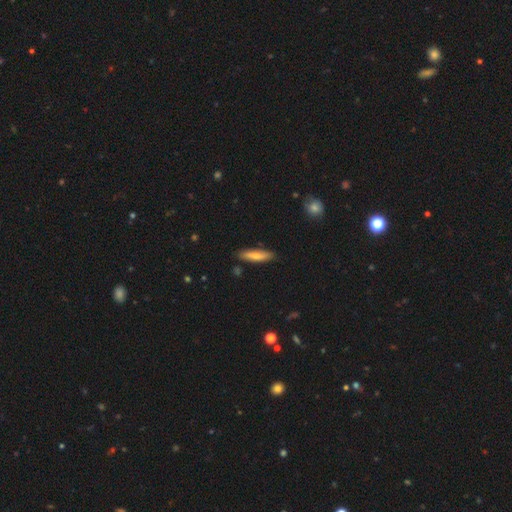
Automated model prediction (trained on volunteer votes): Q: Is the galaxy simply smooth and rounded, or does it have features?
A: smooth — 70%.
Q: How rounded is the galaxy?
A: cigar-shaped — 76%.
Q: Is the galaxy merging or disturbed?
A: none — 86%.